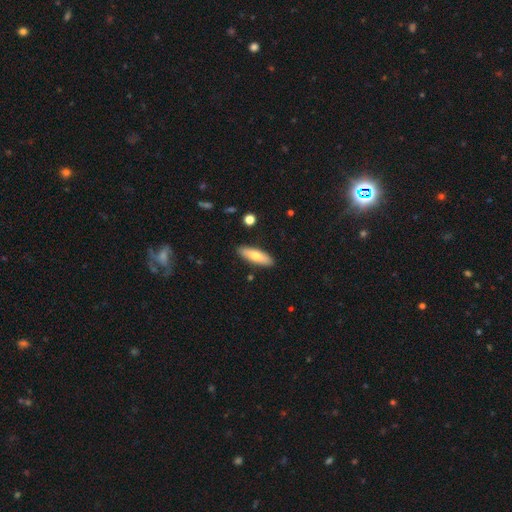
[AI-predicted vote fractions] This appears to be a smooth galaxy with no disk features (69%) that is in between round and cigar-shaped (49%, tied with cigar-shaped). Merging: none (88%).